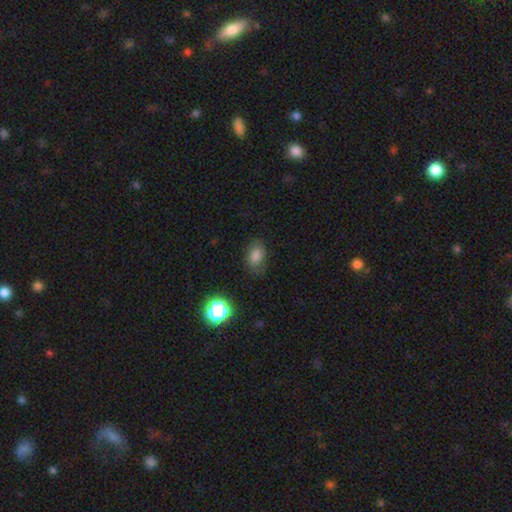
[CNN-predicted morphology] Smooth or featured? smooth (79%)
How rounded? in between (83%)
Merging? none (73%)